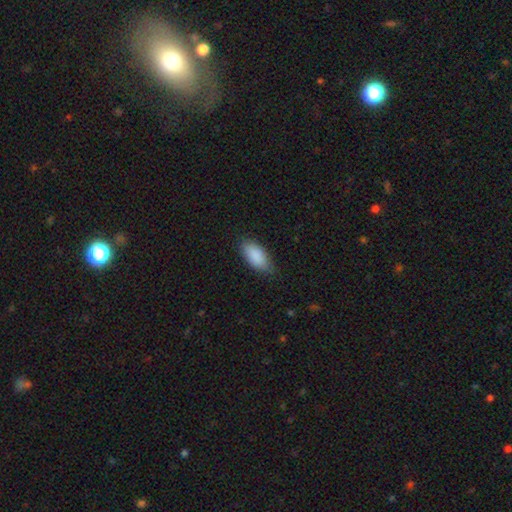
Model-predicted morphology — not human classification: This is clearly a smooth galaxy (89%). How rounded: clearly in between (89%). Merging: likely none (78%).